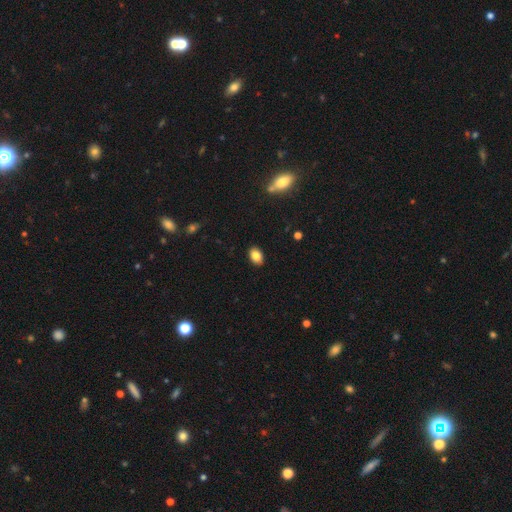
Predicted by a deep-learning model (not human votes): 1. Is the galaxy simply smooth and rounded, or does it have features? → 85% smooth, 9% star or artifact, 6% featured or disk.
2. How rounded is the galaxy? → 84% in between, 15% round, 1% cigar-shaped.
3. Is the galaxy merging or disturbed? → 89% none, 8% minor disturbance, 2% major disturbance, 1% merger.